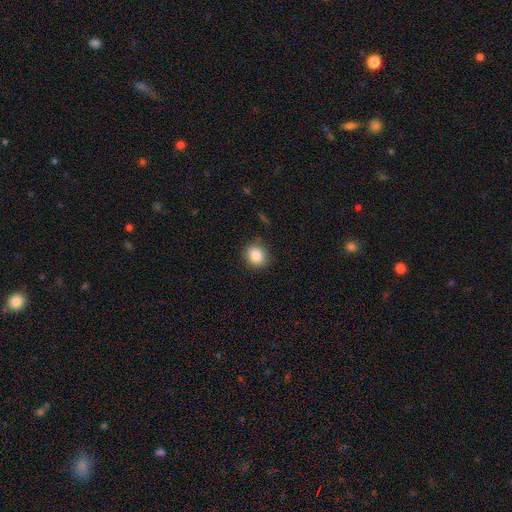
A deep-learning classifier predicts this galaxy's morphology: Smooth or featured? smooth (86%)
How rounded? round (70%)
Merging? none (87%)